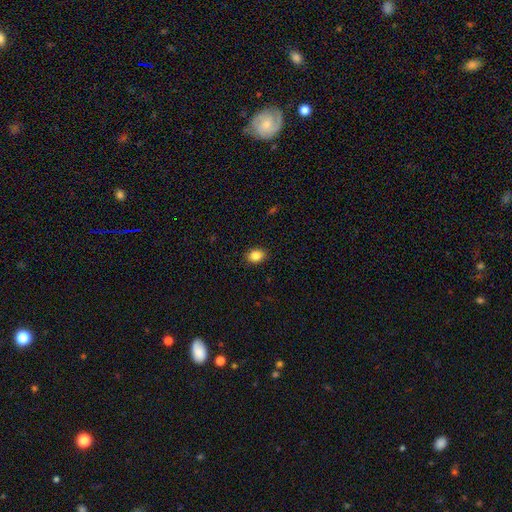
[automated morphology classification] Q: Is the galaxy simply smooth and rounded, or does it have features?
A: smooth — 87%.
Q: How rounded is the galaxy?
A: in between — 61%.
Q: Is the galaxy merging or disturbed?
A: none — 90%.